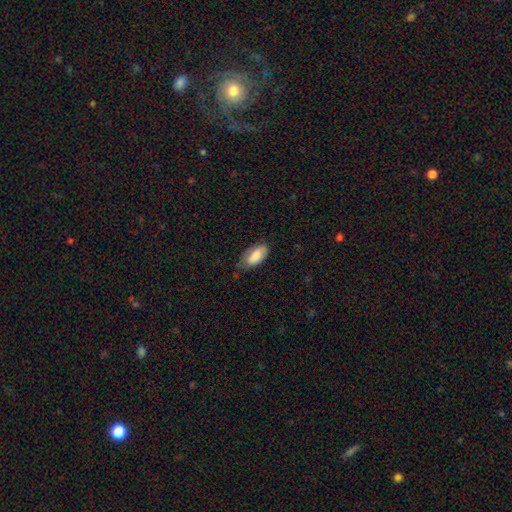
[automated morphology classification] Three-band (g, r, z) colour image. It shows a smooth galaxy with no disk features (80%) that is in between round and cigar-shaped (91%). Merging: none (59%).